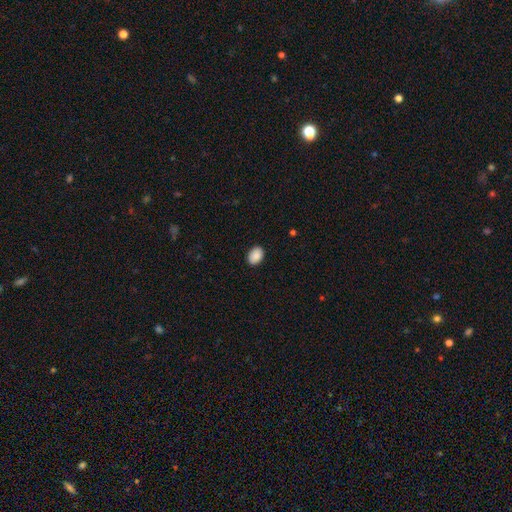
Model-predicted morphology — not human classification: Smooth or featured? Predicted: smooth (p=0.90). How rounded? Predicted: in between (p=0.84). Merging? Predicted: none (p=0.89).